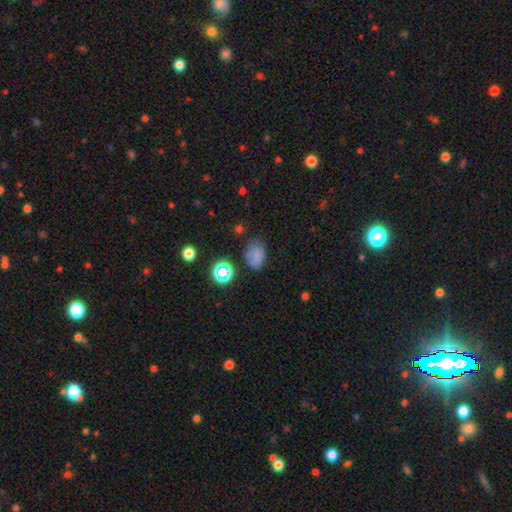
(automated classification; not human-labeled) Smooth or featured? smooth (71%)
How rounded? in between (74%)
Merging? none (64%)